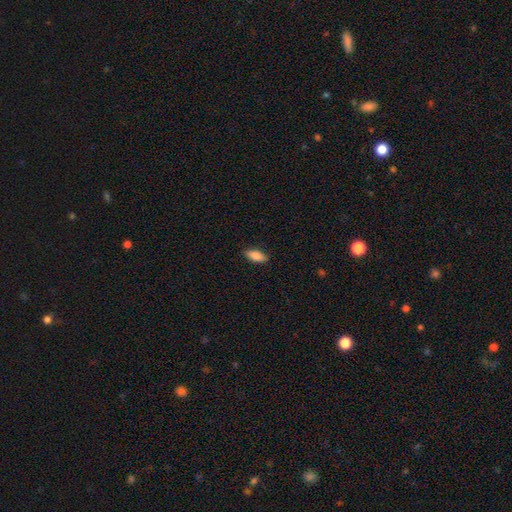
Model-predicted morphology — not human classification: Q: Smooth or featured?
A: smooth (84%); runner-up: featured or disk (10%)
Q: How rounded?
A: in between (79%); runner-up: cigar-shaped (19%)
Q: Merging?
A: none (89%); runner-up: minor disturbance (8%)